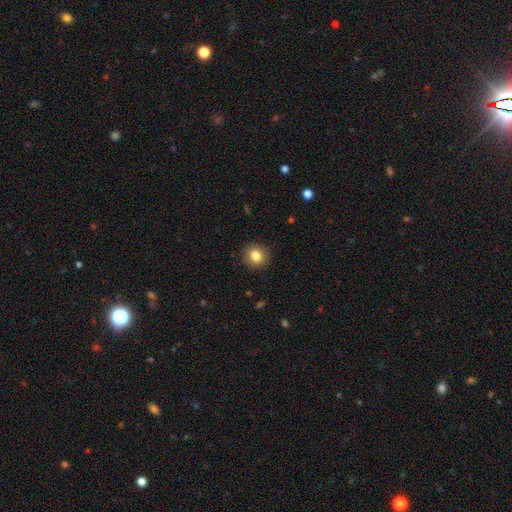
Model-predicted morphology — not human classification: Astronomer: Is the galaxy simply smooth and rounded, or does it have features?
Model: smooth — 83%.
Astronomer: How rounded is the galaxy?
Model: round — 85%.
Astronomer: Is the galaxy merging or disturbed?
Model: none — 91%.